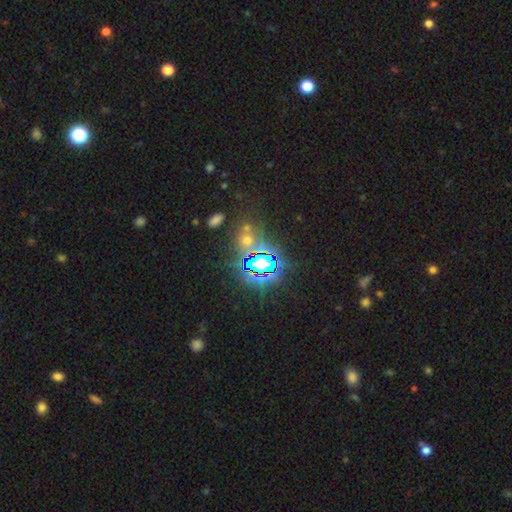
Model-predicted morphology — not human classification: This is clearly a star or artifact rather than a galaxy (82%).